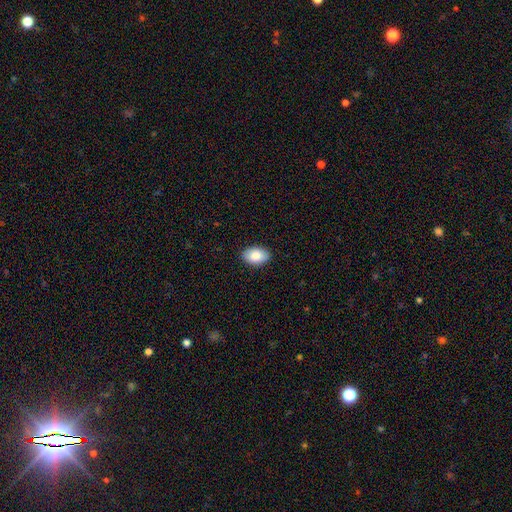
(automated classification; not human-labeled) This appears to be a smooth galaxy with no disk features (85%) that is in between round and cigar-shaped (89%). Merging: none (90%).